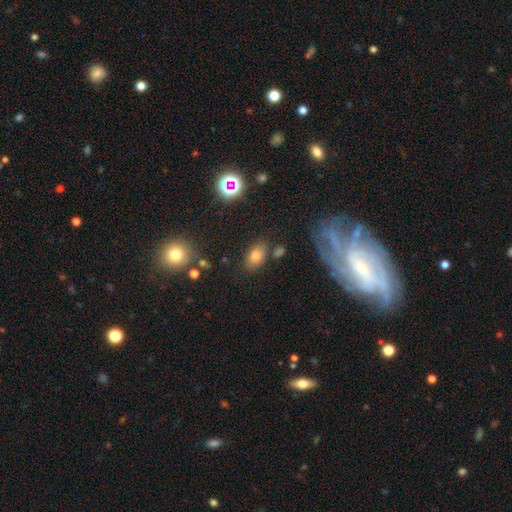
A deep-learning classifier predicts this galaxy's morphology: smooth_or_featured: smooth (p=0.75) [alt: star or artifact p=0.13]
how_rounded: in between (p=0.86) [alt: round p=0.12]
merging: none (p=0.77) [alt: minor disturbance p=0.13]